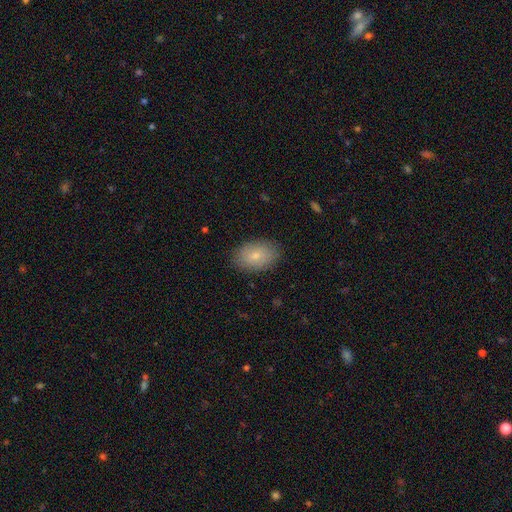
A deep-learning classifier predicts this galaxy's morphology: Smooth or featured? smooth (77%)
How rounded? in between (88%)
Merging? none (85%)